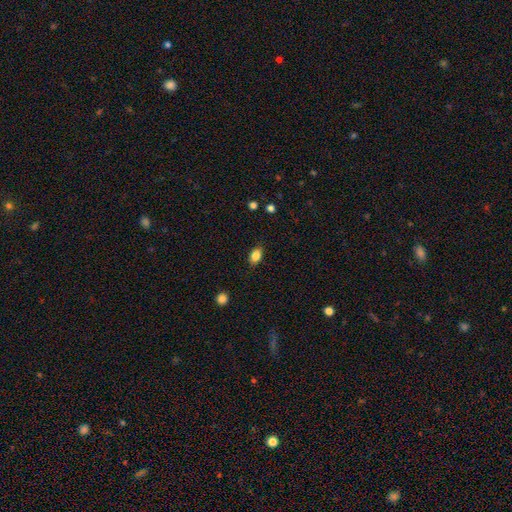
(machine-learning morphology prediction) smooth 85%, star or artifact 9%, featured or disk 5%. Down the decision tree: how rounded — in between (81%); merging — none (84%).